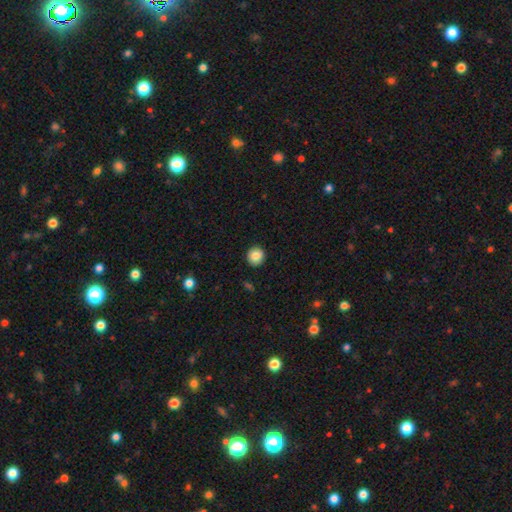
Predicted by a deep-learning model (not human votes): Smooth or featured: smooth — 85% (star or artifact — 9%)
How rounded: round — 88% (in between — 11%)
Merging: none — 91% (minor disturbance — 6%)